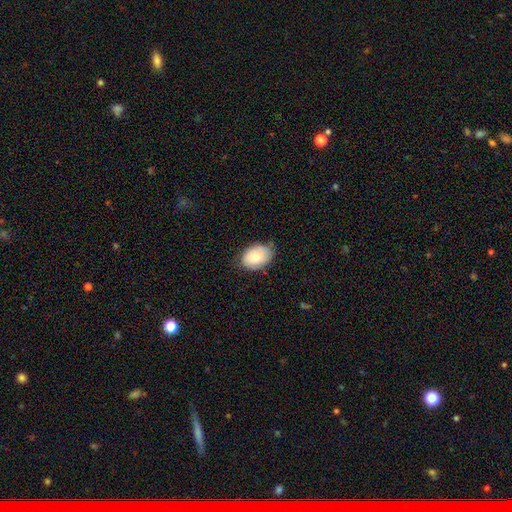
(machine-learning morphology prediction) Smooth or featured? smooth (75%)
How rounded? in between (78%)
Merging? none (70%)